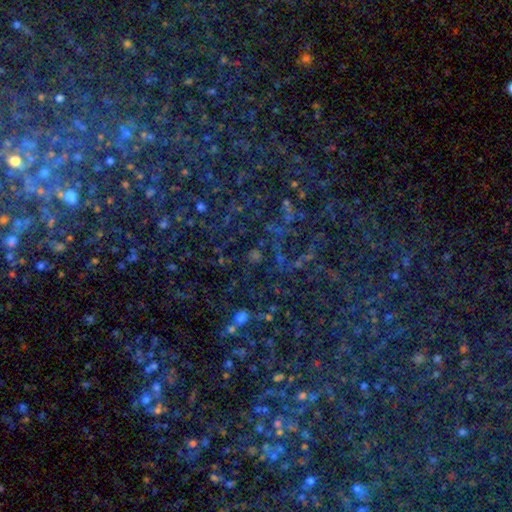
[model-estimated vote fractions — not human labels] The model was most divided on "smooth or featured": star or artifact: 65%, smooth: 24%, featured or disk: 11%.